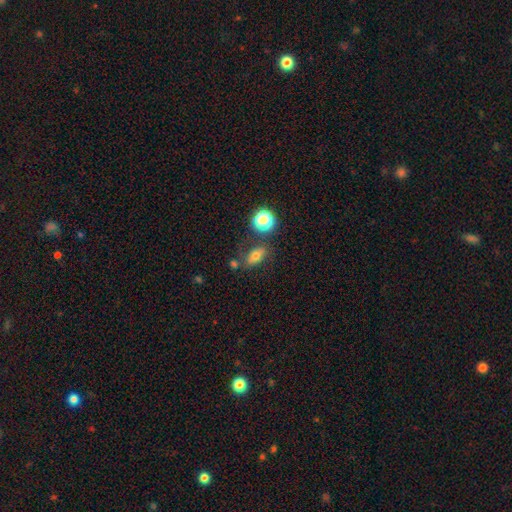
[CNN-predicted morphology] A smooth galaxy with no disk features (67%) that is in between round and cigar-shaped (72%).

Vote fractions:
- Smooth or featured? smooth: 67% / featured or disk: 17% / star or artifact: 15%
- How rounded? in between: 72% / round: 17% / cigar-shaped: 10%
- Merging? none: 66% / minor disturbance: 16% / merger: 11% / major disturbance: 7%